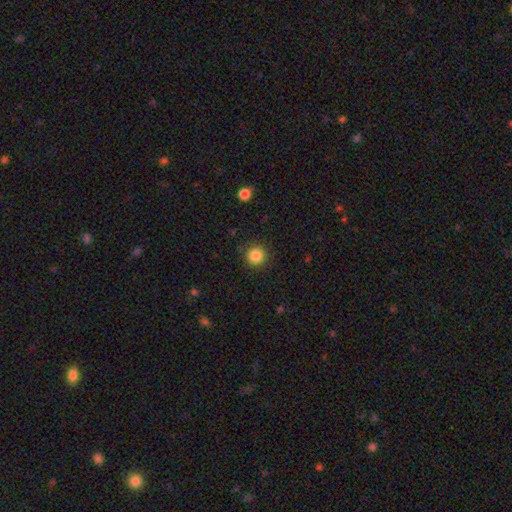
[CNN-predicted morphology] type=smooth (85%); roundness=round (94%); merging=none (89%).